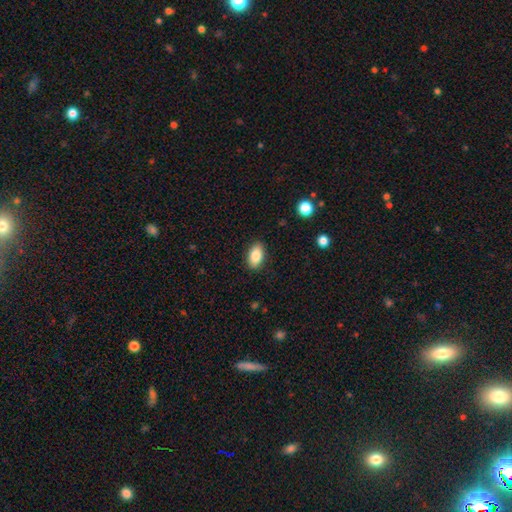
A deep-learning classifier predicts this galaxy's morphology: type=smooth (85%); roundness=in between (92%); merging=none (88%).